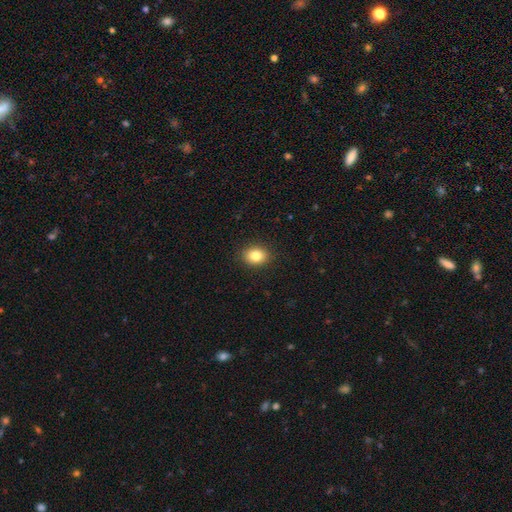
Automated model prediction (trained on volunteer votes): This appears to be a smooth galaxy with no disk features (83%) that is in between round and cigar-shaped (58%). Merging: none (90%).